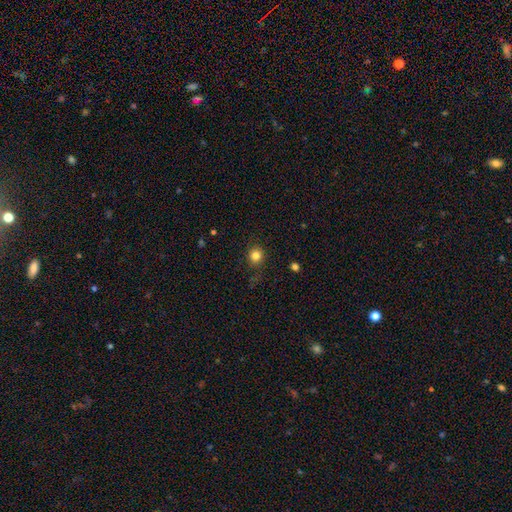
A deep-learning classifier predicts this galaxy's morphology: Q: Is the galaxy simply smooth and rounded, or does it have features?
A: smooth — 82%.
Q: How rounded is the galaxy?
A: round — 88%.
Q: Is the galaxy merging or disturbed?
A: none — 84%.